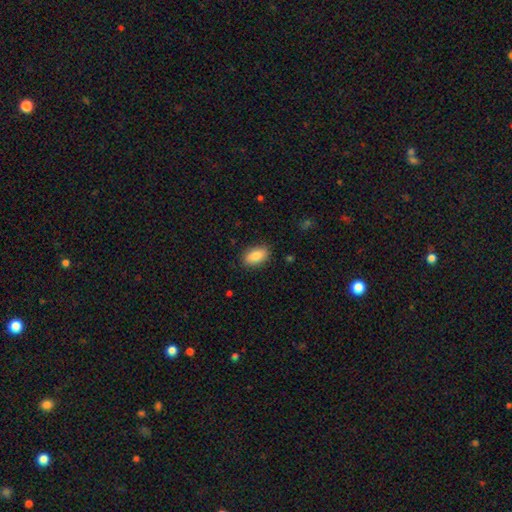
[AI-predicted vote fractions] Smooth or featured? smooth (85%)
How rounded? in between (91%)
Merging? none (87%)